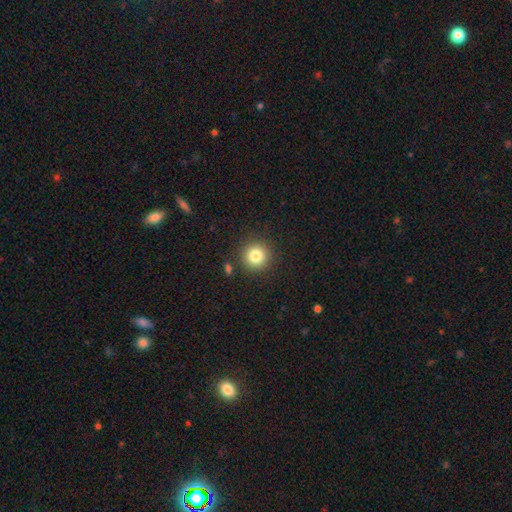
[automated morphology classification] A smooth galaxy with no disk features (82%) that is round (95%).

Vote fractions:
- Smooth or featured? smooth: 82% / star or artifact: 11% / featured or disk: 7%
- How rounded? round: 95% / in between: 5% / cigar-shaped: 1%
- Merging? none: 88% / minor disturbance: 7% / merger: 3% / major disturbance: 2%